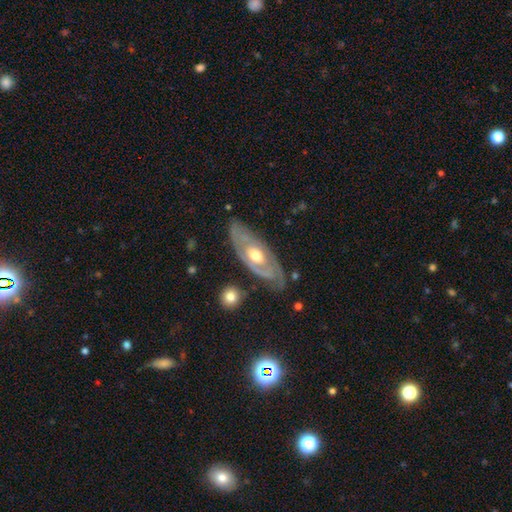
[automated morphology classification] featured or disk 76%, smooth 19%, star or artifact 5%. Down the decision tree: edge-on disk — no (83%); bar — no (78%); spiral arms — yes (60%); bulge size — moderate (74%); merging — none (74%).